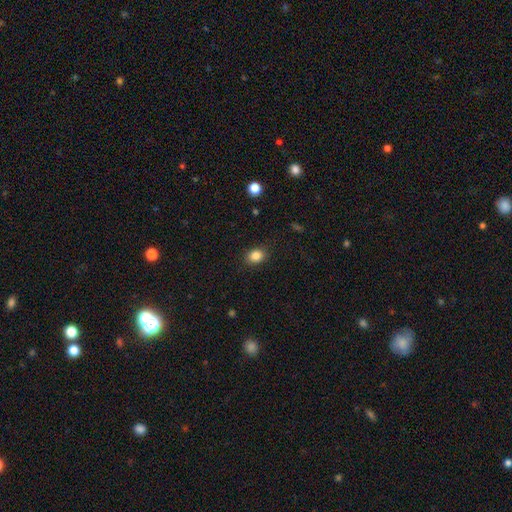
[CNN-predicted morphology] A smooth galaxy with no disk features (85%) that is in between round and cigar-shaped (54%). Merging: none (87%).